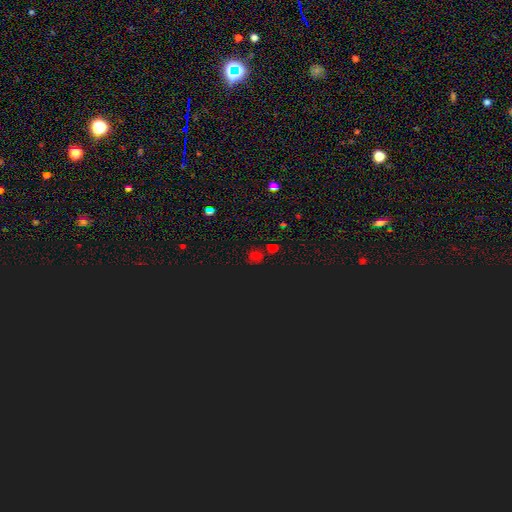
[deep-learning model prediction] The model was most divided on "smooth or featured": star or artifact: 55%, smooth: 38%, featured or disk: 7%.